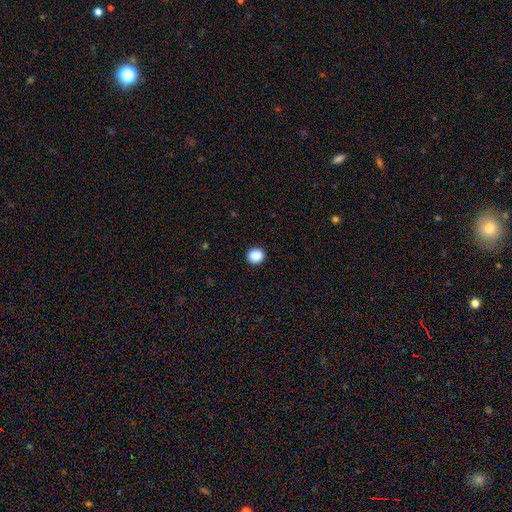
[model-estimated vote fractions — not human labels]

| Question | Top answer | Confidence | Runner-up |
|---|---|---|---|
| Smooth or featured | smooth | 89% | star or artifact (9%) |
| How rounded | round | 79% | in between (20%) |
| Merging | none | 92% | minor disturbance (5%) |